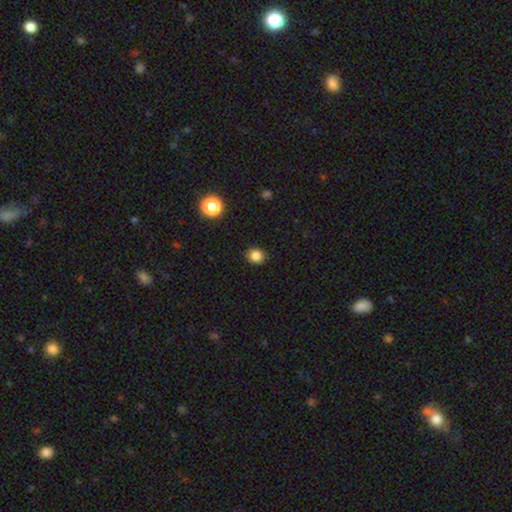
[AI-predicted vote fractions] smooth 85%, star or artifact 12%, featured or disk 3%. Down the decision tree: how rounded — round (82%); merging — none (90%).